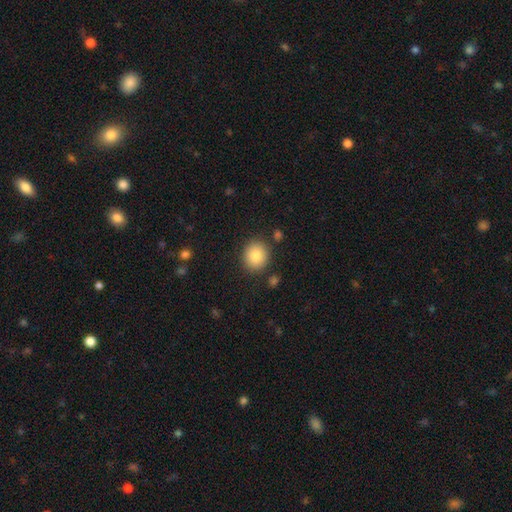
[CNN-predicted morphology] Smooth or featured? smooth (84%)
How rounded? round (79%)
Merging? none (86%)